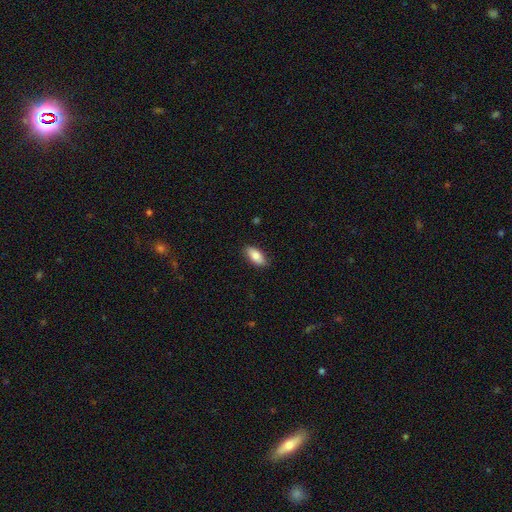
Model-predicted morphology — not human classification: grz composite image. It shows a smooth galaxy with no disk features (81%) that is in between round and cigar-shaped (90%). Merging: none (86%).